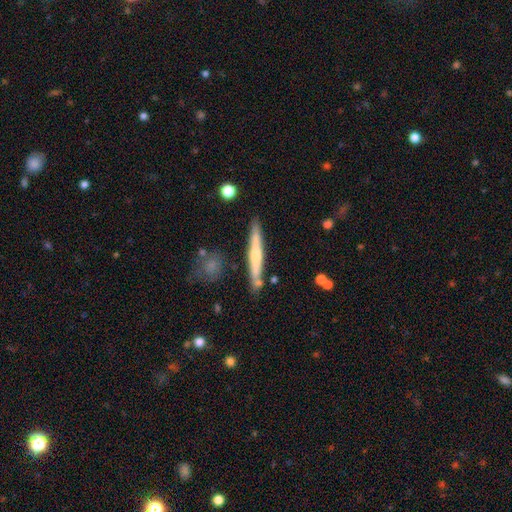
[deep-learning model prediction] Smooth or featured: smooth — 52% (featured or disk — 42%)
How rounded: cigar-shaped — 95% (in between — 4%)
Merging: none — 82% (minor disturbance — 11%)